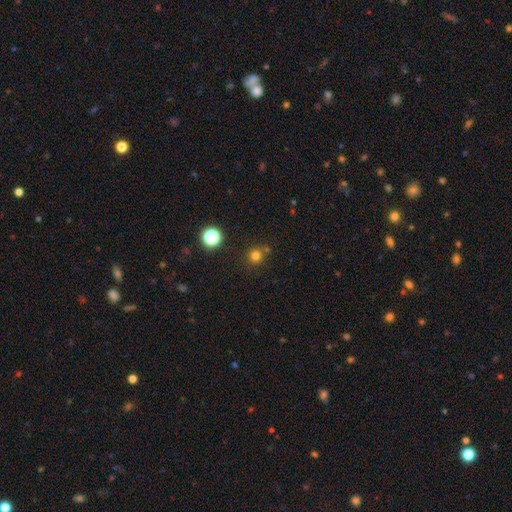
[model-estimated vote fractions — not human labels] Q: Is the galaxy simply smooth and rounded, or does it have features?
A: smooth — 75%.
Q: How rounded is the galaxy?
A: round — 93%.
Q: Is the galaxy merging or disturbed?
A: none — 76%.